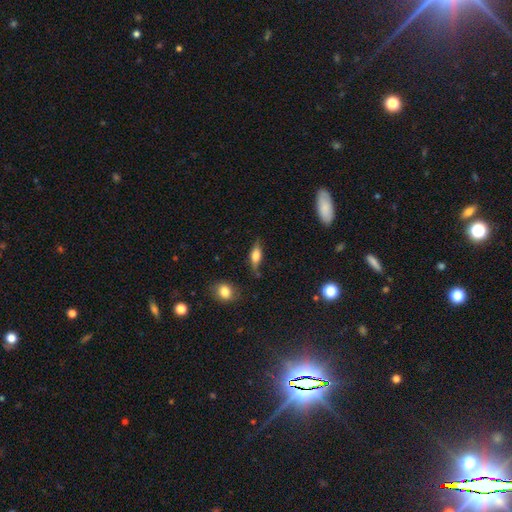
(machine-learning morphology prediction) smooth-or-featured: smooth: 55% | featured or disk: 36% | star or artifact: 9%
  how-rounded: in between: 63% | cigar-shaped: 31% | round: 6%
  merging: none: 66% | minor disturbance: 23% | major disturbance: 8% | merger: 4%